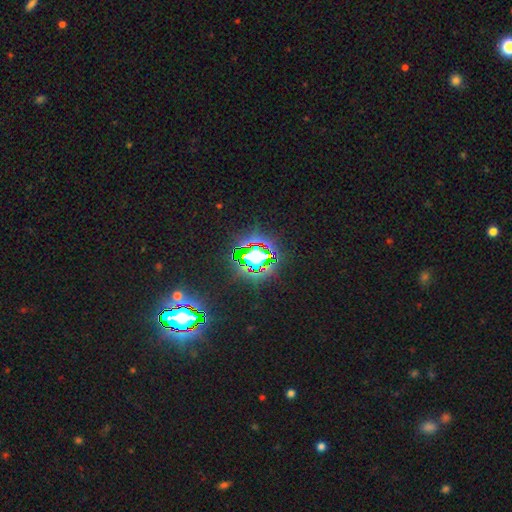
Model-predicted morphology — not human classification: This appears to be a star or artifact, not a galaxy (73%).